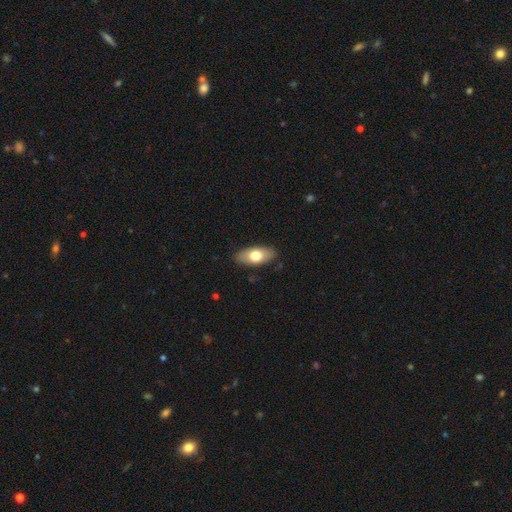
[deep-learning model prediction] A smooth galaxy with no disk features (71%) that is in between round and cigar-shaped (89%).

Vote fractions:
- Smooth or featured? smooth: 71% / featured or disk: 23% / star or artifact: 6%
- How rounded? in between: 89% / cigar-shaped: 8% / round: 3%
- Merging? none: 87% / minor disturbance: 10% / major disturbance: 2% / merger: 1%